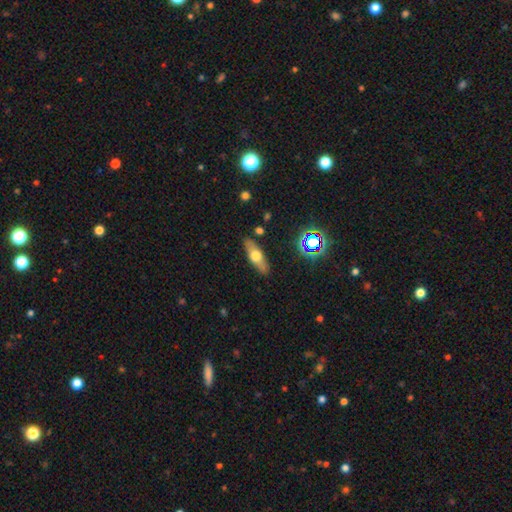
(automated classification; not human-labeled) Smooth or featured?
  - smooth: 50% *
  - featured or disk: 42%
  - star or artifact: 9%
Merging?
  - none: 86% *
  - minor disturbance: 10%
  - major disturbance: 2%
  - merger: 2%